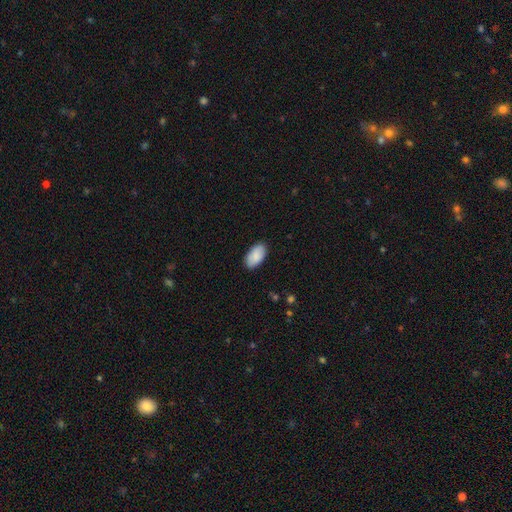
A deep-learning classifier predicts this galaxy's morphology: Smooth or featured?
  - smooth: 87% *
  - featured or disk: 7%
  - star or artifact: 6%
How rounded?
  - in between: 95% *
  - round: 3%
  - cigar-shaped: 2%
Merging?
  - none: 86% *
  - minor disturbance: 11%
  - major disturbance: 2%
  - merger: 1%